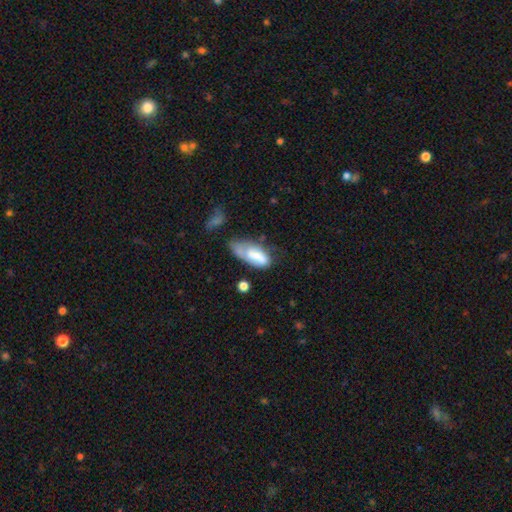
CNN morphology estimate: This is possibly a smooth galaxy (58%). How rounded: clearly in between (84%). Merging: marginally minor disturbance (33%, tied with none).